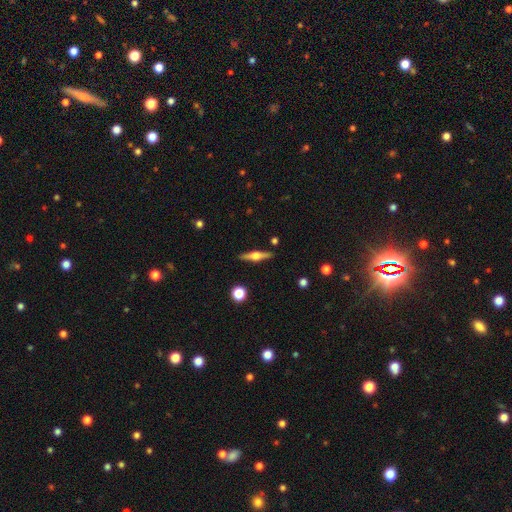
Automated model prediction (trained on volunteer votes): Overall: featured or disk (67%). Edge-on disk: yes (97%). Edge-on bulge: rounded (92%). Merging: none (90%).